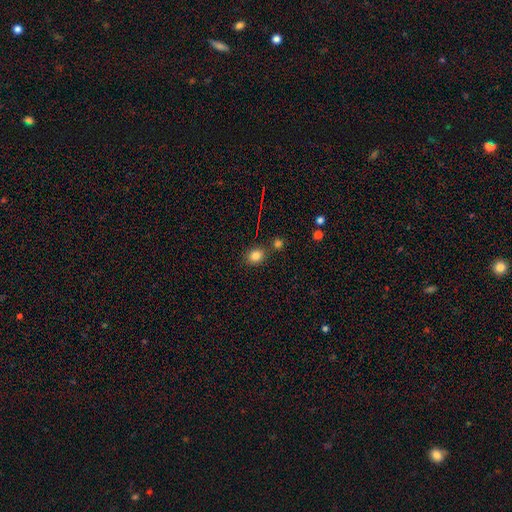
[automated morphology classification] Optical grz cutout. It shows a smooth galaxy with no disk features (81%) that is round (66%). Merging: none (76%).